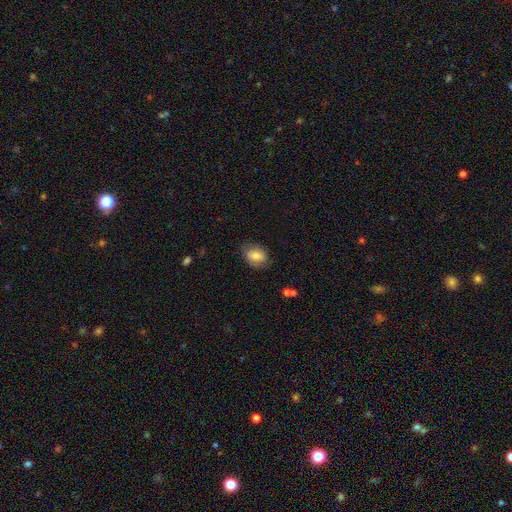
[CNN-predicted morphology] The model was most divided on "how rounded": in between: 73%, round: 26%, cigar-shaped: 1%. More confident: merging — none (77%); smooth or featured — smooth (76%).